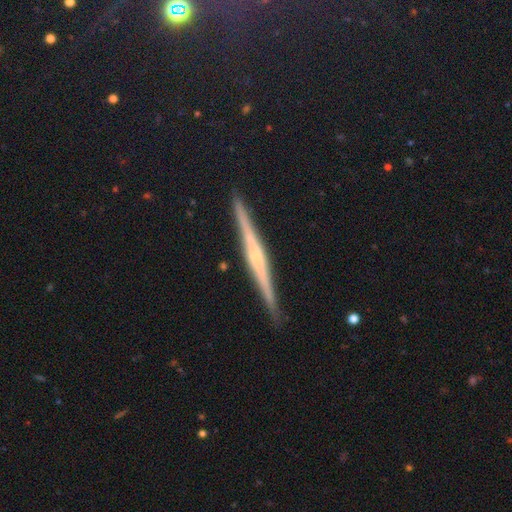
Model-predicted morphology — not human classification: The model was most divided on "edge-on bulge": rounded: 45%, none: 28%, boxy: 27%. More confident: edge-on disk — yes (98%); merging — none (91%); smooth or featured — featured or disk (78%).